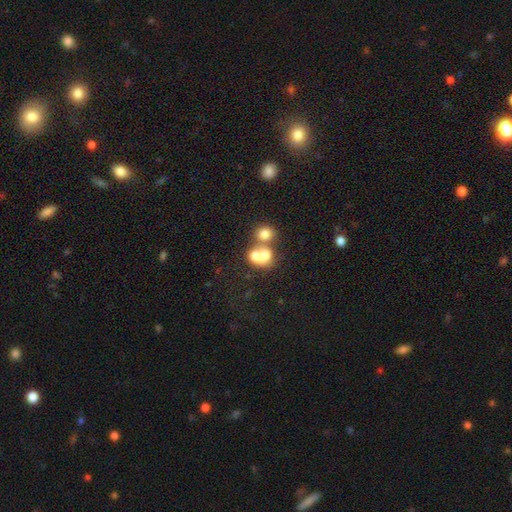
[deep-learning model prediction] Smooth or featured?
  - smooth: 67% *
  - featured or disk: 22%
  - star or artifact: 12%
How rounded?
  - round: 66% *
  - in between: 33%
  - cigar-shaped: 1%
Merging?
  - merger: 65% *
  - none: 24%
  - minor disturbance: 7%
  - major disturbance: 4%